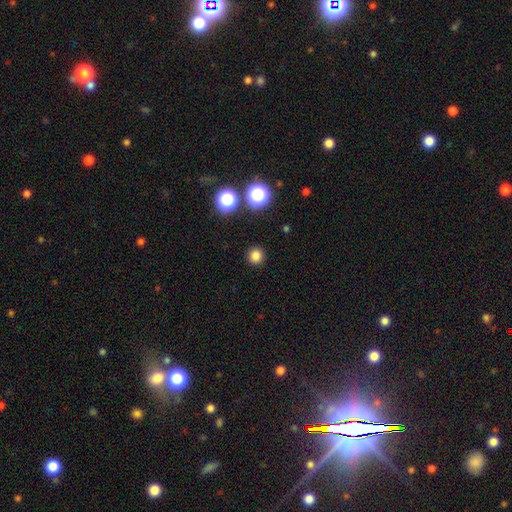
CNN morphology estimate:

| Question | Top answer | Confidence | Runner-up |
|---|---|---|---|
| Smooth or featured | smooth | 81% | star or artifact (15%) |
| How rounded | round | 94% | in between (6%) |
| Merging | none | 91% | minor disturbance (5%) |